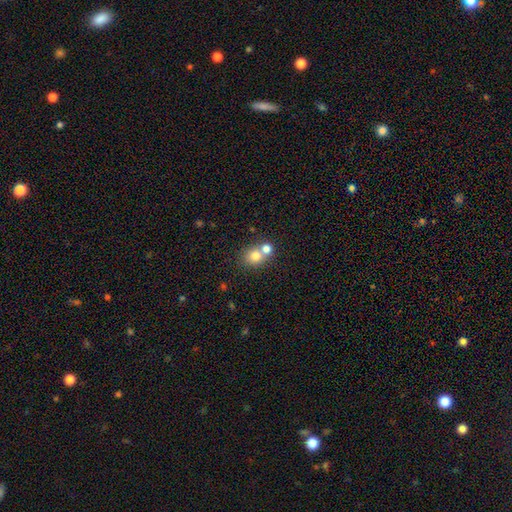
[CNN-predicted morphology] This is likely a smooth galaxy (75%). How rounded: likely round (76%). Merging: possibly merger (49%).